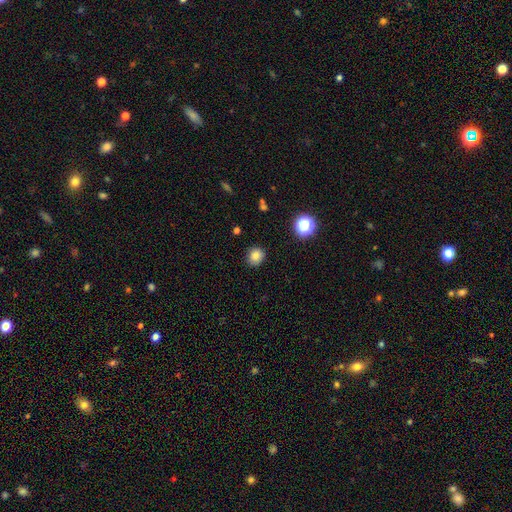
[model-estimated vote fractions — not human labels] This is clearly a smooth galaxy (82%). How rounded: clearly round (84%). Merging: clearly none (88%).